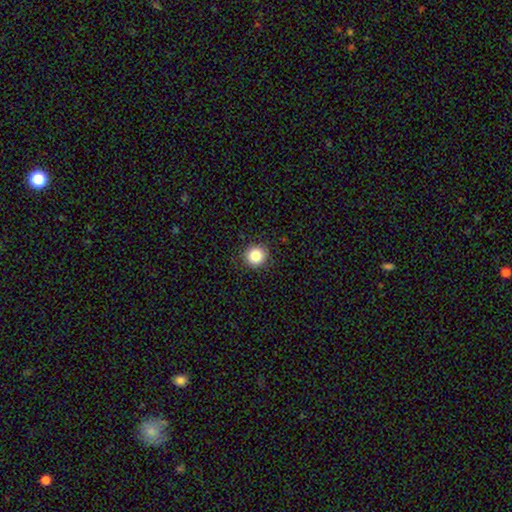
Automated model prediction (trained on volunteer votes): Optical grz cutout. It shows a smooth galaxy with no disk features (85%) that is round (94%). Merging: none (91%).